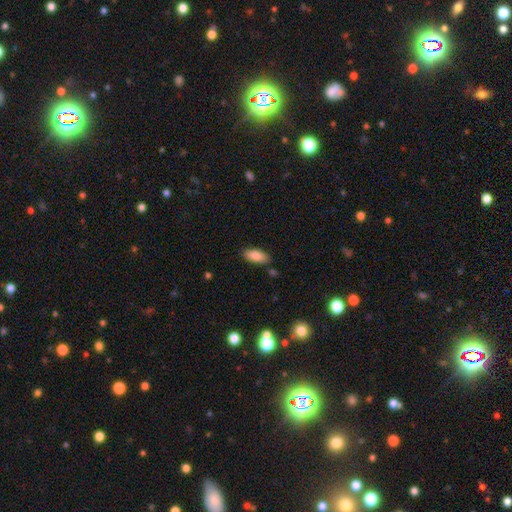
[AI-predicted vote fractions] Morphology: type=smooth (87%); roundness=in between (86%); merging=none (81%).